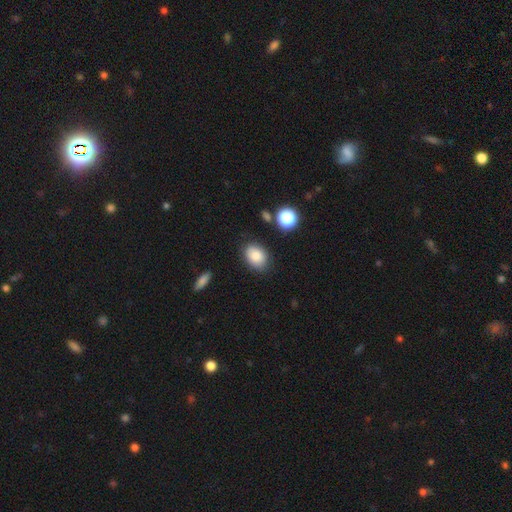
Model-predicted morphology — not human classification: Overall: smooth (84%). How rounded: in between (76%). Merging: none (81%).